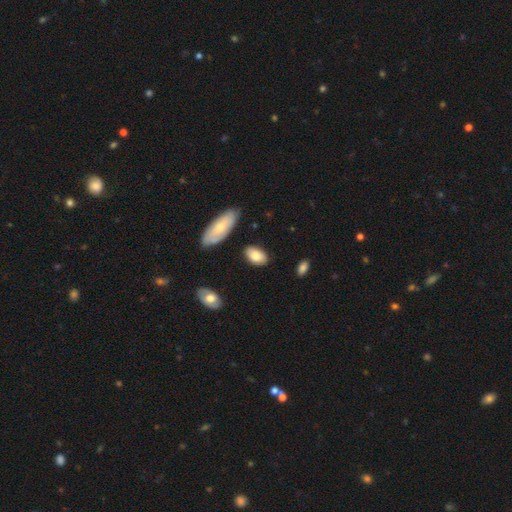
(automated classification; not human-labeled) A smooth galaxy with no disk features (81%) that is in between round and cigar-shaped (92%). Merging: none (80%).